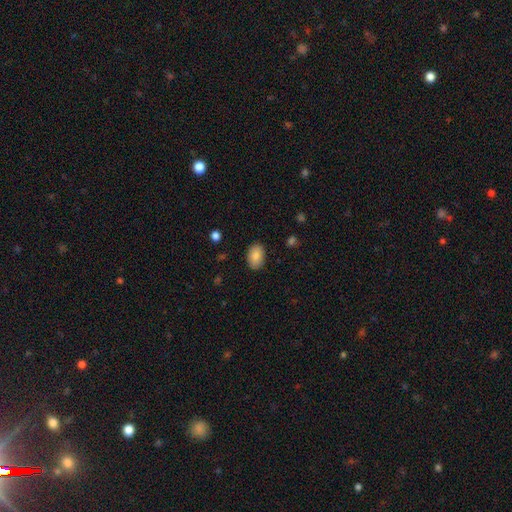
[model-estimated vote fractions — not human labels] smooth-or-featured: smooth: 86% | featured or disk: 7% | star or artifact: 7%
  how-rounded: in between: 86% | round: 13% | cigar-shaped: 1%
  merging: none: 87% | minor disturbance: 10% | major disturbance: 2% | merger: 1%